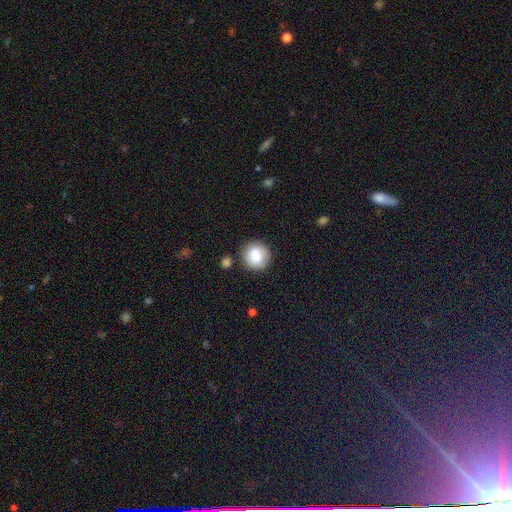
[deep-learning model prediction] Smooth or featured?
  - smooth: 82% *
  - featured or disk: 10%
  - star or artifact: 8%
How rounded?
  - round: 88% *
  - in between: 11%
  - cigar-shaped: 1%
Merging?
  - none: 79% *
  - minor disturbance: 13%
  - merger: 5%
  - major disturbance: 4%